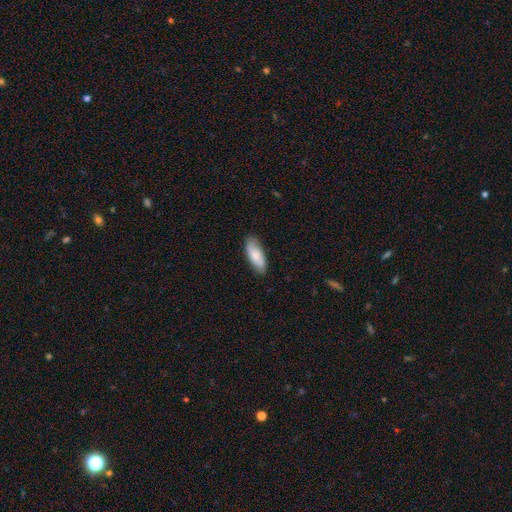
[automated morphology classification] This is likely a smooth galaxy (74%). How rounded: likely in between (77%). Merging: clearly none (82%).